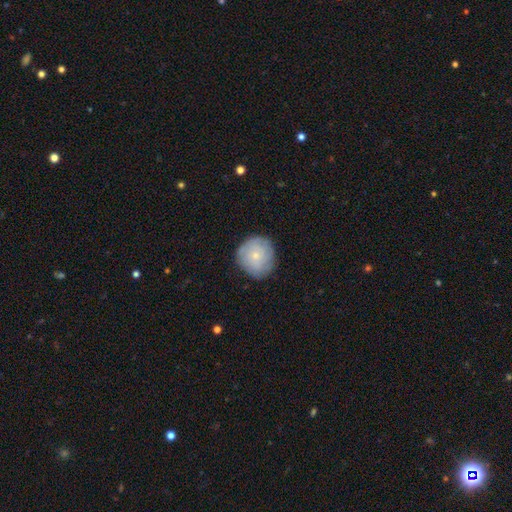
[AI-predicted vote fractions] This is possibly a smooth galaxy (59%). How rounded: clearly round (89%). Merging: likely none (80%).